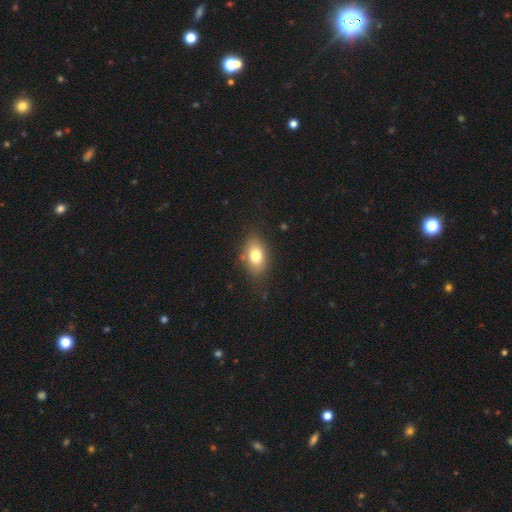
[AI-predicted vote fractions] This is likely a smooth galaxy (77%). How rounded: clearly in between (84%). Merging: likely none (79%).